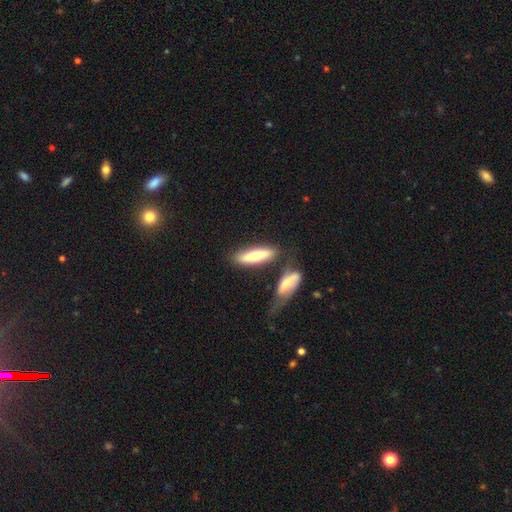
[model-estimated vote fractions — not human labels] Smooth or featured?
  - smooth: 66% *
  - featured or disk: 28%
  - star or artifact: 5%
How rounded?
  - cigar-shaped: 66% *
  - in between: 32%
  - round: 2%
Merging?
  - none: 67% *
  - merger: 14%
  - minor disturbance: 14%
  - major disturbance: 5%